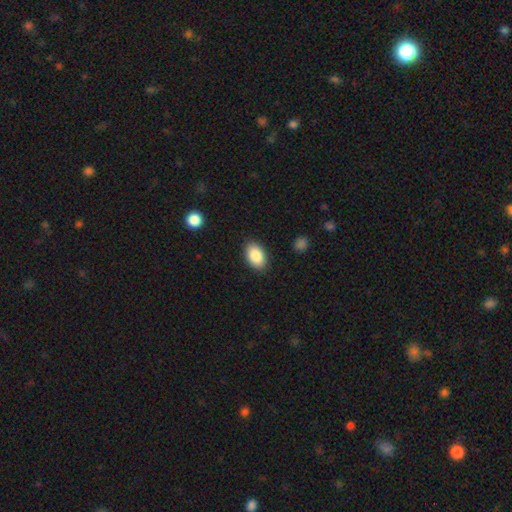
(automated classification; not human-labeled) Smooth or featured: smooth — 87% (star or artifact — 7%)
How rounded: in between — 91% (round — 7%)
Merging: none — 88% (minor disturbance — 9%)